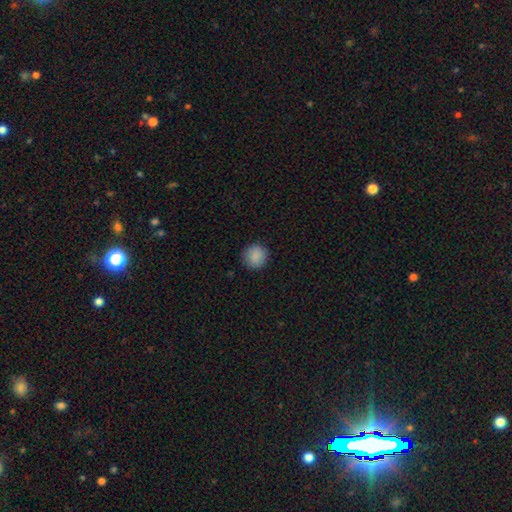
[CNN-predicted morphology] smooth 88%, star or artifact 8%, featured or disk 3%. Down the decision tree: how rounded — round (92%); merging — none (90%).